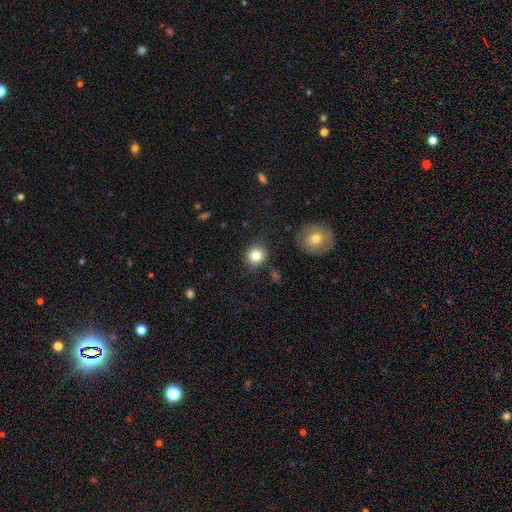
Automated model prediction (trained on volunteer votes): smooth_or_featured: smooth (p=0.82) [alt: star or artifact p=0.10]
how_rounded: round (p=0.84) [alt: in between p=0.15]
merging: none (p=0.83) [alt: minor disturbance p=0.11]